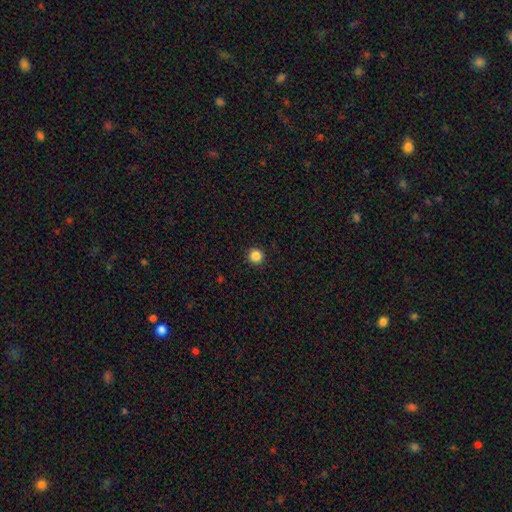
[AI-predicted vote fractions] A smooth galaxy with no disk features (86%) that is round (93%).

Vote fractions:
- Smooth or featured? smooth: 86% / star or artifact: 11% / featured or disk: 3%
- How rounded? round: 93% / in between: 6% / cigar-shaped: 1%
- Merging? none: 92% / minor disturbance: 5% / major disturbance: 2% / merger: 1%